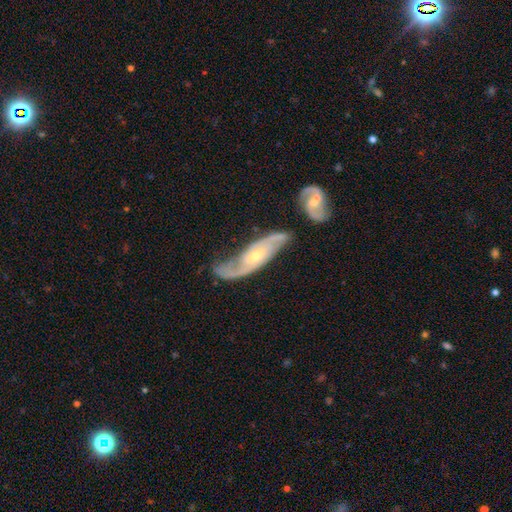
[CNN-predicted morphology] This appears to be a featured or disk galaxy (87%) with no bar (50%), 2 (86%) medium (46%) spiral arms (96%) and a small central bulge (62%). Merging: none (55%).